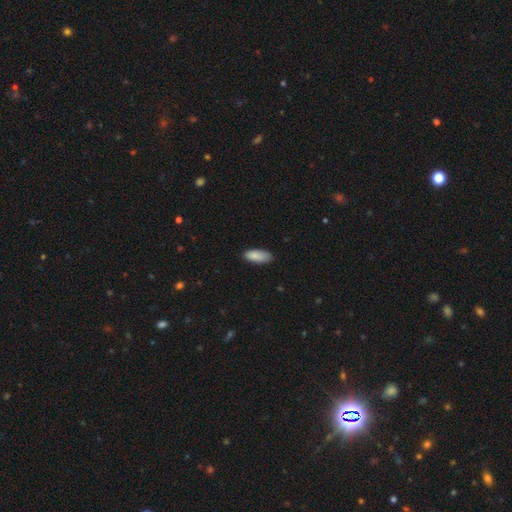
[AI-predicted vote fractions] Smooth or featured: smooth — 89% (star or artifact — 6%)
How rounded: in between — 80% (cigar-shaped — 19%)
Merging: none — 80% (minor disturbance — 17%)